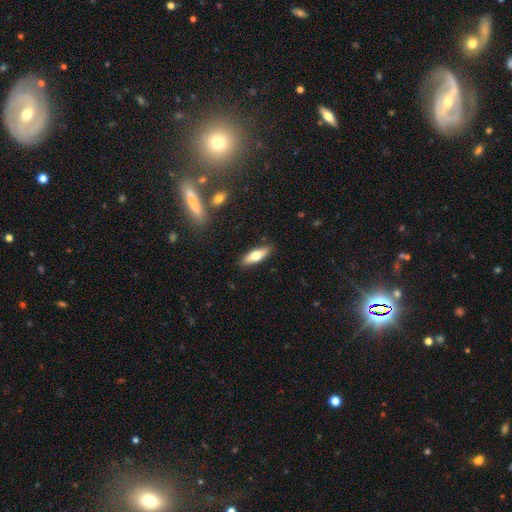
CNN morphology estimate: Smooth or featured? Predicted: smooth (p=0.63). How rounded? Predicted: cigar-shaped (p=0.50). Merging? Predicted: none (p=0.88).